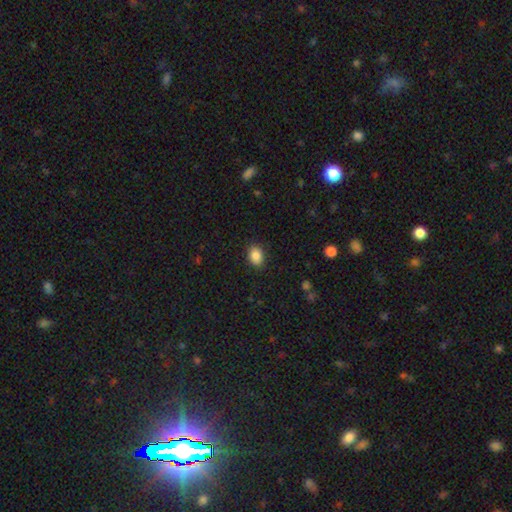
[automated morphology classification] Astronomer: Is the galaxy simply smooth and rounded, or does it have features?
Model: smooth — 87%.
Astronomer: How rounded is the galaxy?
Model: in between — 70%.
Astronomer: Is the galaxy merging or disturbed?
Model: none — 87%.